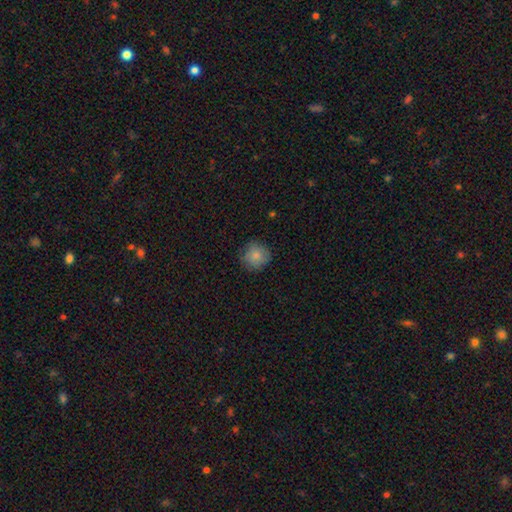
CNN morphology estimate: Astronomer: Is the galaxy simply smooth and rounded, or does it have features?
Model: smooth — 84%.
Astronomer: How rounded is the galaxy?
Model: round — 91%.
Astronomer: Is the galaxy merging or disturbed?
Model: none — 83%.